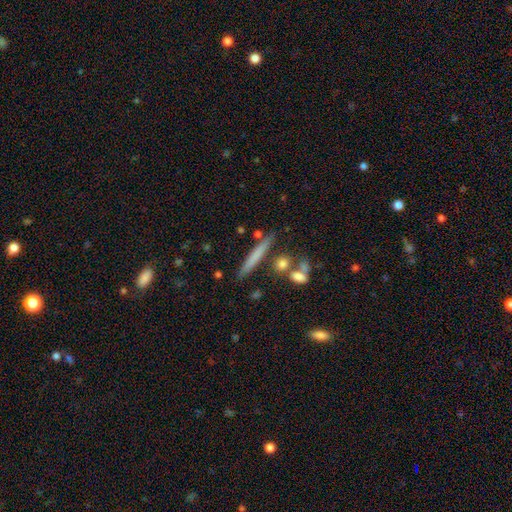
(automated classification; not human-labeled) Smooth or featured?
  - smooth: 62% *
  - featured or disk: 30%
  - star or artifact: 8%
How rounded?
  - cigar-shaped: 93% *
  - in between: 4%
  - round: 3%
Merging?
  - none: 79% *
  - minor disturbance: 10%
  - merger: 8%
  - major disturbance: 3%